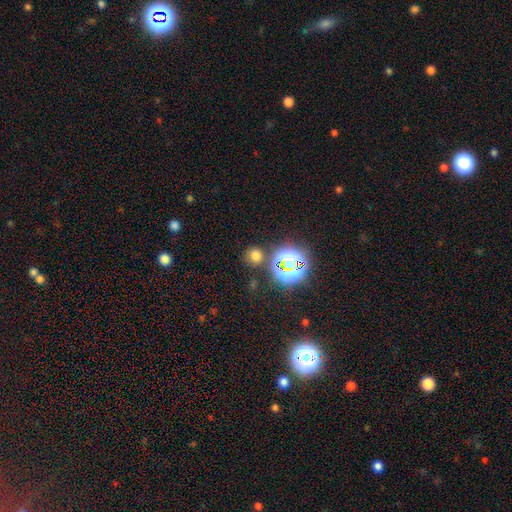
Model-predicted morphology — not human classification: Q: Smooth or featured?
A: smooth (65%); runner-up: star or artifact (29%)
Q: How rounded?
A: round (87%); runner-up: in between (12%)
Q: Merging?
A: none (80%); runner-up: minor disturbance (9%)